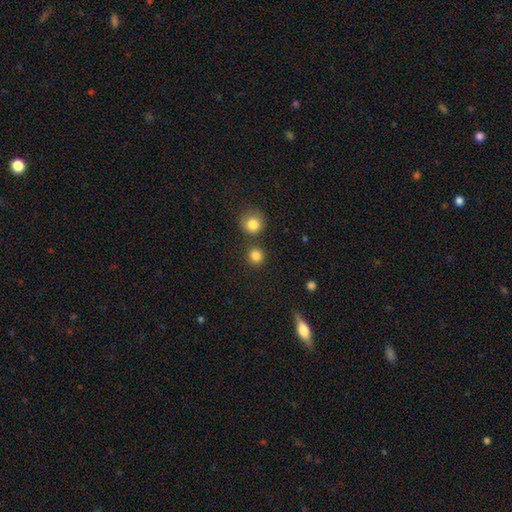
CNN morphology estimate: Smooth or featured? Predicted: smooth (p=0.84). How rounded? Predicted: round (p=0.92). Merging? Predicted: none (p=0.80).